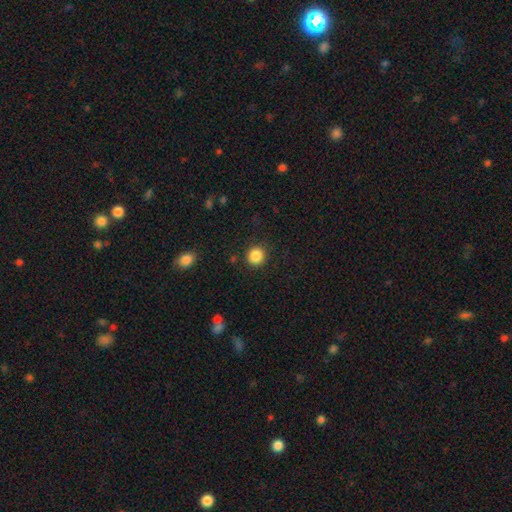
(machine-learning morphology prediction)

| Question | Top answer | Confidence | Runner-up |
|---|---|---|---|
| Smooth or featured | smooth | 87% | star or artifact (10%) |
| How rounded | round | 92% | in between (7%) |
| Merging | none | 89% | minor disturbance (7%) |